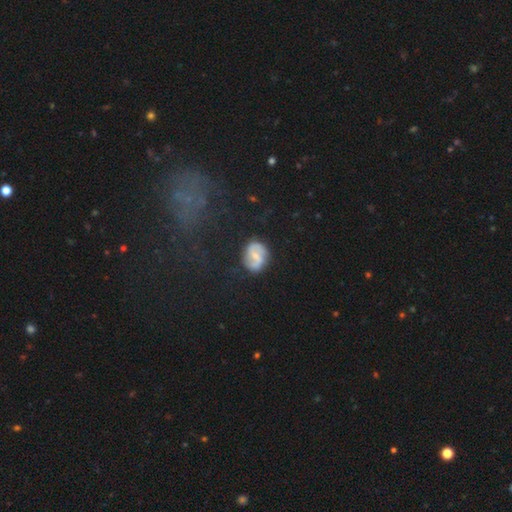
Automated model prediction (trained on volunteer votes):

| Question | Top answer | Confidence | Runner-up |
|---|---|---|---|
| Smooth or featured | featured or disk | 63% | smooth (28%) |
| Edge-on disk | no | 97% | yes (3%) |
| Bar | weak | 47% | strong (28%) |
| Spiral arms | yes | 84% | no (16%) |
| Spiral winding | loose | 42% | medium (38%) |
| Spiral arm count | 2 | 86% | can't tell (8%) |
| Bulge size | small | 56% | moderate (32%) |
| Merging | none | 77% | minor disturbance (15%) |